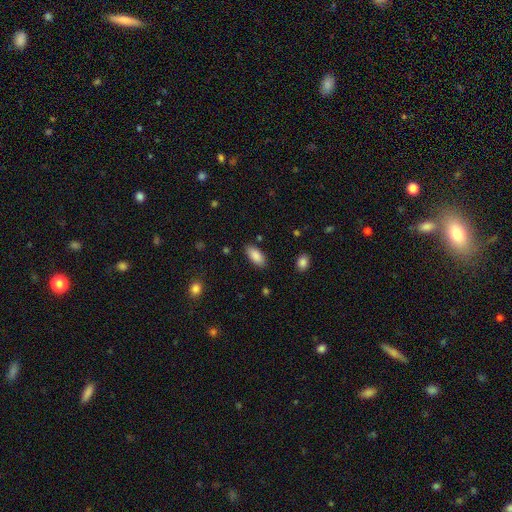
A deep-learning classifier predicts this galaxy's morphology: Q: Smooth or featured?
A: smooth (88%); runner-up: star or artifact (7%)
Q: How rounded?
A: in between (88%); runner-up: cigar-shaped (10%)
Q: Merging?
A: none (85%); runner-up: minor disturbance (11%)